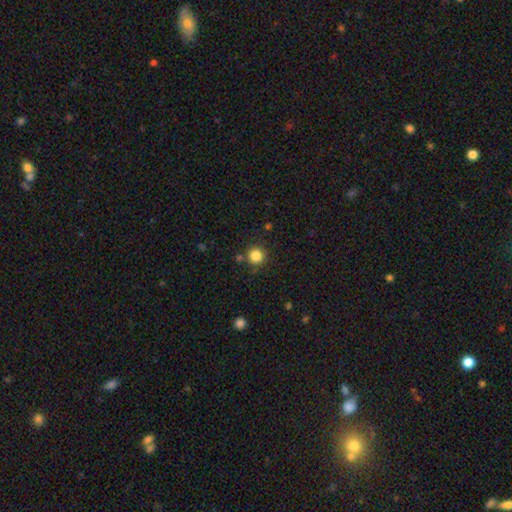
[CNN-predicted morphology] smooth_or_featured: smooth (p=0.84) [alt: star or artifact p=0.12]
how_rounded: round (p=0.95) [alt: in between p=0.04]
merging: none (p=0.85) [alt: minor disturbance p=0.07]